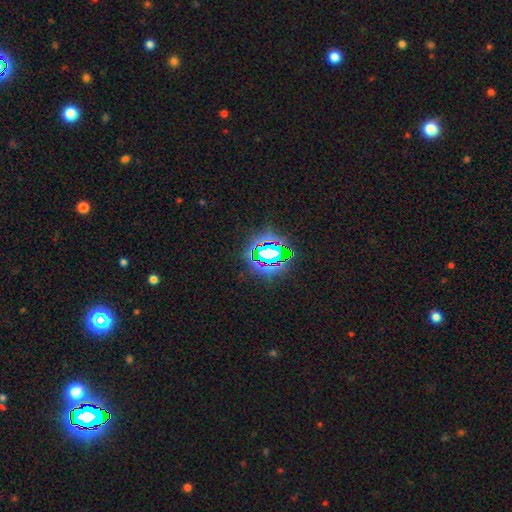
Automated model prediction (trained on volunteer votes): Q: Smooth or featured?
A: star or artifact (81%); runner-up: smooth (12%)